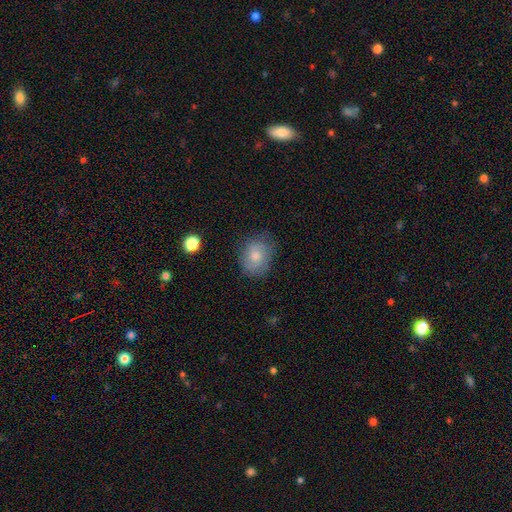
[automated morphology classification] Q: Smooth or featured?
A: smooth (61%); runner-up: featured or disk (31%)
Q: How rounded?
A: round (57%); runner-up: in between (42%)
Q: Merging?
A: none (73%); runner-up: minor disturbance (20%)